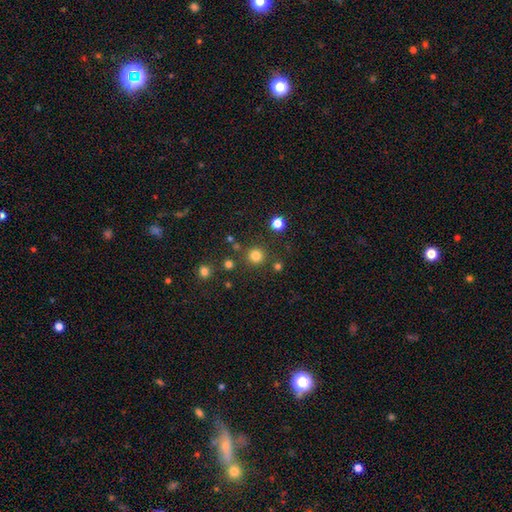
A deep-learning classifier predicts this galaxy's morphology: A smooth galaxy with no disk features (81%) that is round (94%). Merging: none (86%).